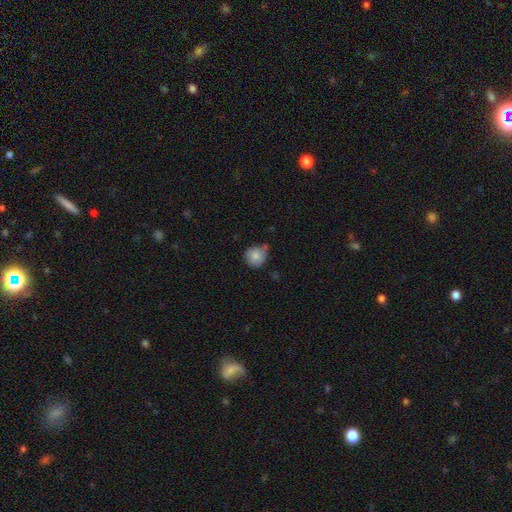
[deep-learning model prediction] Smooth or featured? smooth (84%)
How rounded? round (91%)
Merging? none (65%)